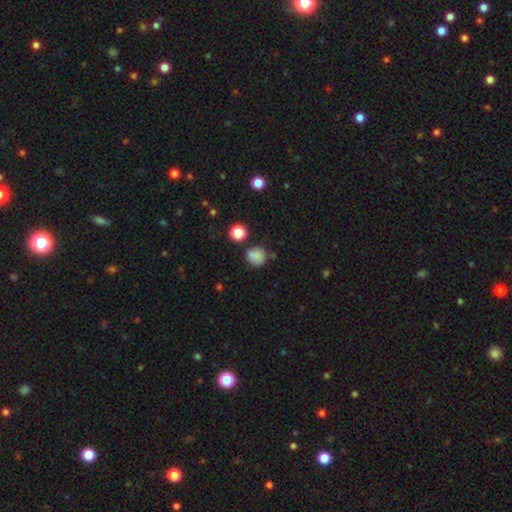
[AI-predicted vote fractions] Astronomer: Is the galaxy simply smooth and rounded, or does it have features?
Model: smooth — 82%.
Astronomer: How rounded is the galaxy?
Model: round — 81%.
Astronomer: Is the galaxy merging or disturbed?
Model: none — 69%.